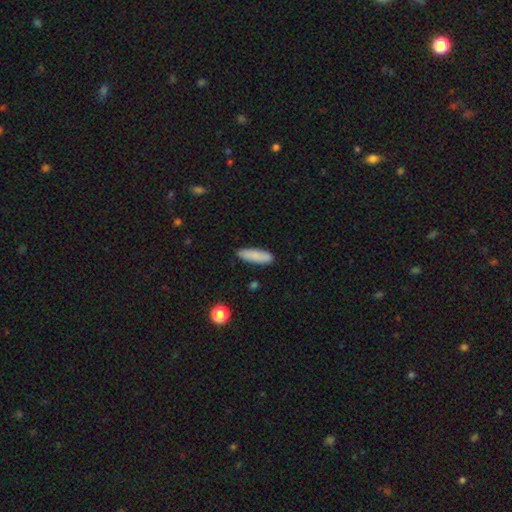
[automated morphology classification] smooth 85%, featured or disk 8%, star or artifact 7%. Down the decision tree: how rounded — cigar-shaped (57%); merging — none (85%).